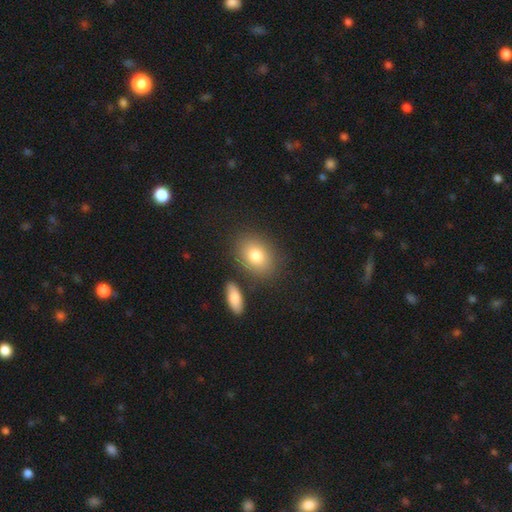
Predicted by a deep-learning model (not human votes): Smooth or featured? Predicted: smooth (p=0.80). How rounded? Predicted: in between (p=0.71). Merging? Predicted: none (p=0.80).